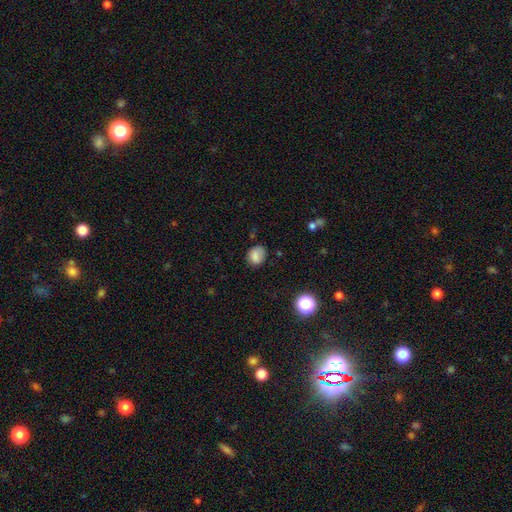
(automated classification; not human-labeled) Smooth or featured? Predicted: smooth (p=0.80). How rounded? Predicted: round (p=0.58). Merging? Predicted: none (p=0.70).